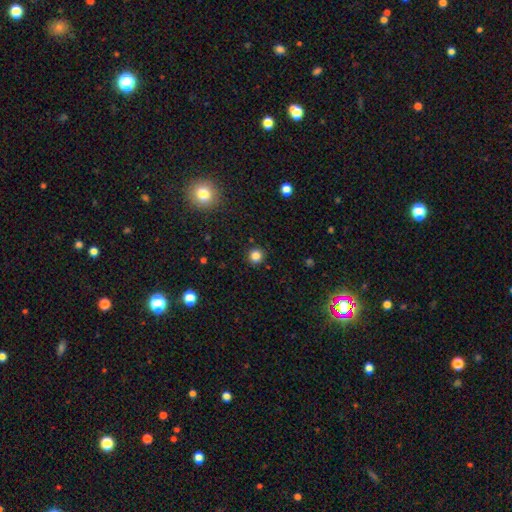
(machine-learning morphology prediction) Smooth or featured?
  - smooth: 83% *
  - star or artifact: 13%
  - featured or disk: 4%
How rounded?
  - round: 94% *
  - in between: 5%
  - cigar-shaped: 1%
Merging?
  - none: 91% *
  - minor disturbance: 6%
  - major disturbance: 2%
  - merger: 1%